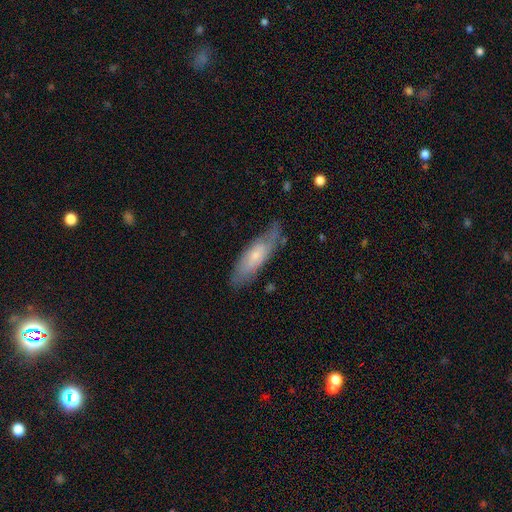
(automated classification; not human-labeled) Morphology: type=smooth (54%); roundness=cigar-shaped (53%); merging=none (67%).